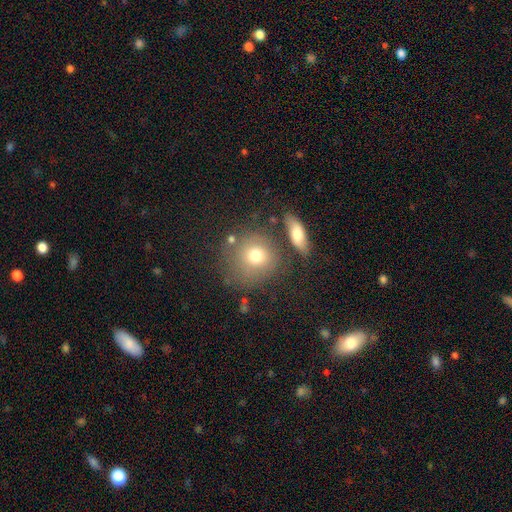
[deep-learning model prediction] This is likely a smooth galaxy (73%). How rounded: clearly round (85%). Merging: likely none (66%).